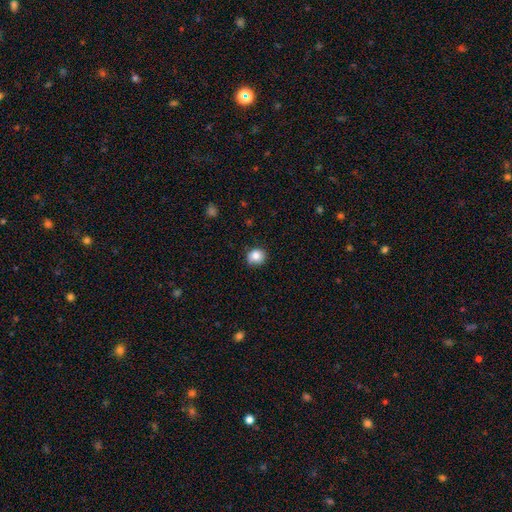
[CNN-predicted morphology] smooth-or-featured: smooth: 84% | star or artifact: 10% | featured or disk: 6%
  how-rounded: round: 81% | in between: 18% | cigar-shaped: 1%
  merging: none: 82% | minor disturbance: 14% | major disturbance: 3% | merger: 1%